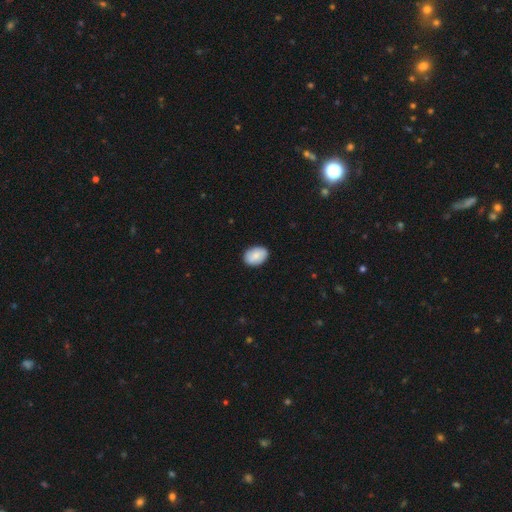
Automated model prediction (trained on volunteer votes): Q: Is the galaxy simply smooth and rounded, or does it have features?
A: smooth — 82%.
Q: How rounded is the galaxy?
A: in between — 81%.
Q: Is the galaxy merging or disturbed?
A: none — 87%.